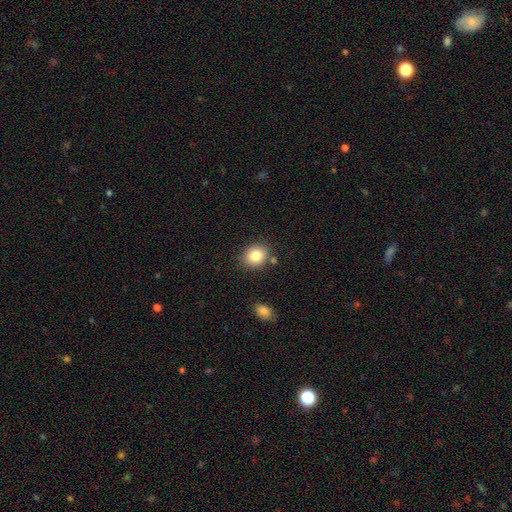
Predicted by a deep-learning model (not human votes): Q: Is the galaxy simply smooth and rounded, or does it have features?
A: smooth — 83%.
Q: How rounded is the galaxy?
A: round — 69%.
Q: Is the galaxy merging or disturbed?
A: none — 80%.